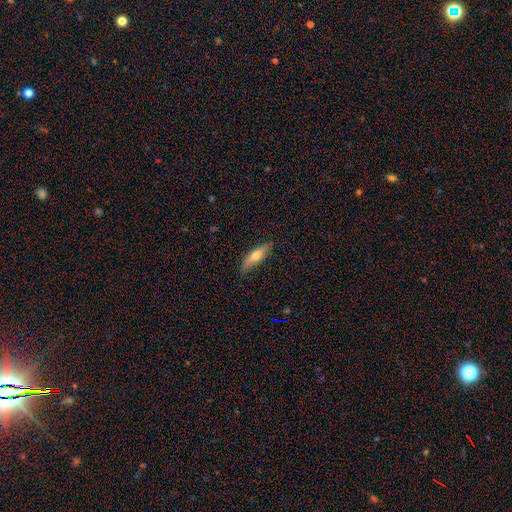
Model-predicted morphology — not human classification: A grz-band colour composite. It shows a smooth galaxy with no disk features (62%) that is cigar-shaped (60%). Merging: none (83%).